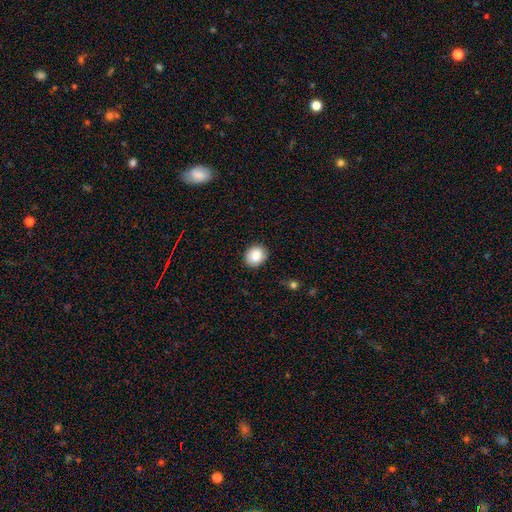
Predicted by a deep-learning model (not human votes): Q: Smooth or featured?
A: smooth (87%); runner-up: star or artifact (8%)
Q: How rounded?
A: round (63%); runner-up: in between (36%)
Q: Merging?
A: none (88%); runner-up: minor disturbance (9%)